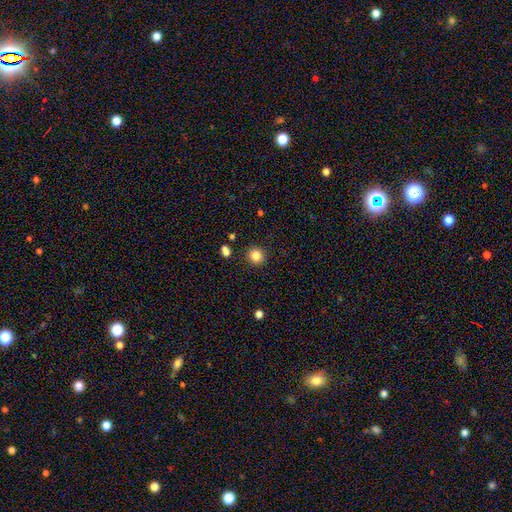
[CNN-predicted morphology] This appears to be a smooth galaxy with no disk features (84%) that is round (94%). Merging: none (91%).